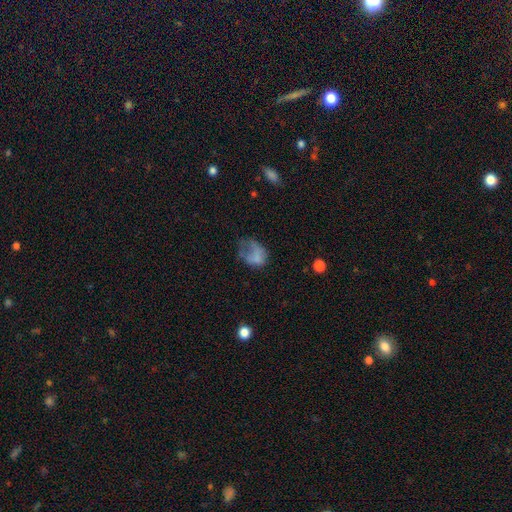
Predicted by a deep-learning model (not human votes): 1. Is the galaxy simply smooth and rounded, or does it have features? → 62% smooth, 26% featured or disk, 12% star or artifact.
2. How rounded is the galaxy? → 69% in between, 30% round, 1% cigar-shaped.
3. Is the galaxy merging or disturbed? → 47% major disturbance, 25% none, 25% minor disturbance, 4% merger.